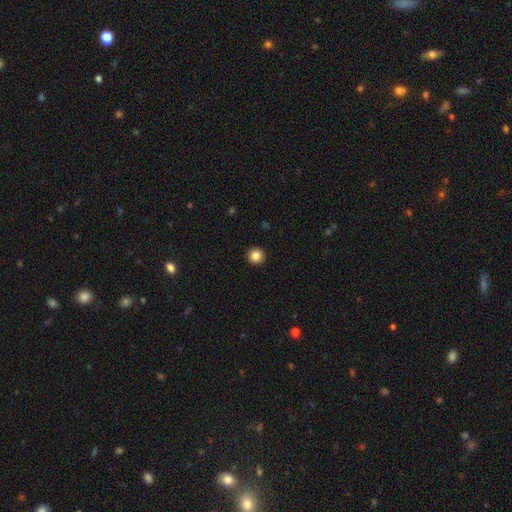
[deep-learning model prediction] Overall: smooth (85%). How rounded: round (95%). Merging: none (94%).